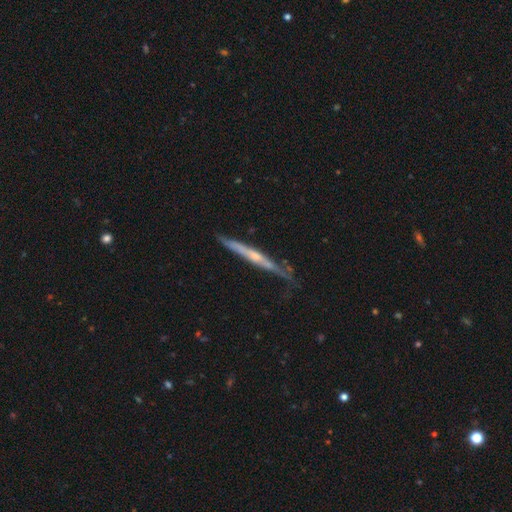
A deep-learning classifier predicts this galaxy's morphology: Overall: featured or disk (70%). Edge-on disk: yes (94%). Edge-on bulge: none (47%; rounded 46%). Merging: none (67%).